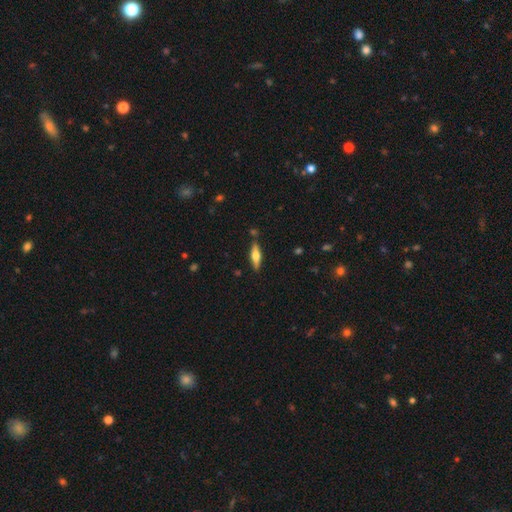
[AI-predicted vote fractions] This appears to be a featured or disk galaxy (50%). Merging: none (83%).